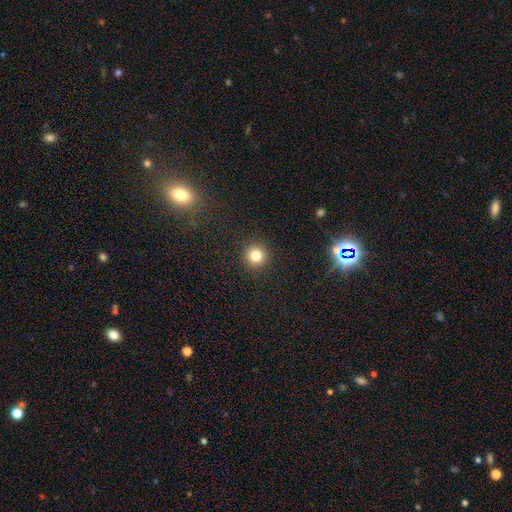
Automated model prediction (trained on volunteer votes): Smooth or featured? Predicted: smooth (p=0.81). How rounded? Predicted: round (p=0.95). Merging? Predicted: none (p=0.92).